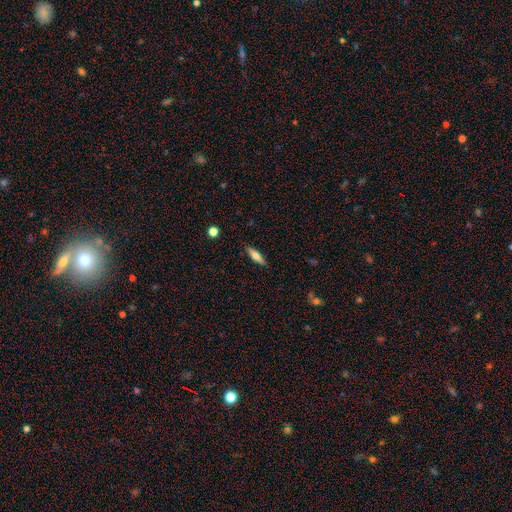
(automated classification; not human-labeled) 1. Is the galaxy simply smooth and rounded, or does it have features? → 62% smooth, 31% featured or disk, 7% star or artifact.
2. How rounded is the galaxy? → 62% cigar-shaped, 36% in between, 2% round.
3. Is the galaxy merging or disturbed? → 88% none, 9% minor disturbance, 2% major disturbance, 1% merger.